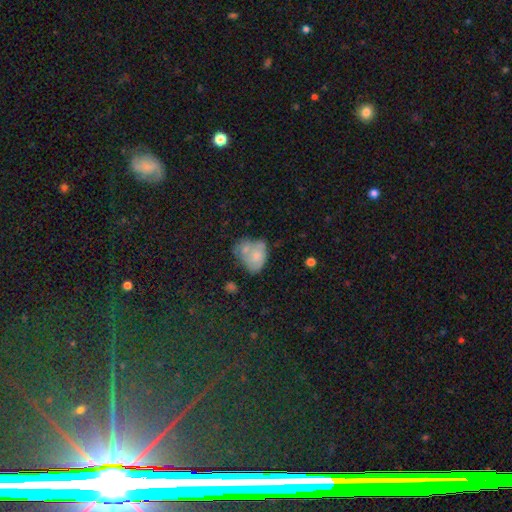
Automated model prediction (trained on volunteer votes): A smooth galaxy with no disk features (64%) that is in between round and cigar-shaped (73%). Merging: merger (53%).